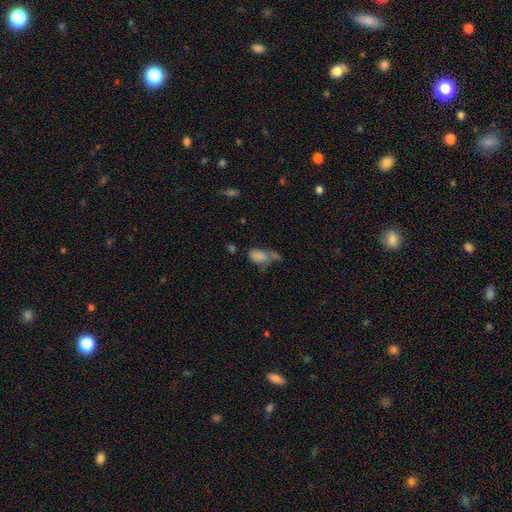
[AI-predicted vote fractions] smooth 70%, star or artifact 17%, featured or disk 13%. Down the decision tree: how rounded — in between (86%); merging — none (36%).